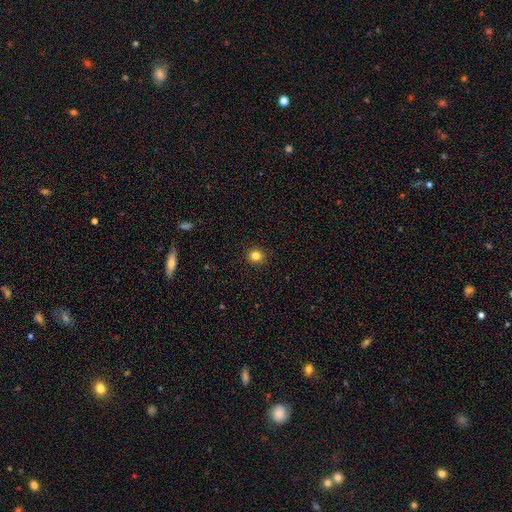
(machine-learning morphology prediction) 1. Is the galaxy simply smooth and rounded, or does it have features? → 83% smooth, 12% star or artifact, 5% featured or disk.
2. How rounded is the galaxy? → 90% round, 9% in between, 1% cigar-shaped.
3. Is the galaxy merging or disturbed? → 92% none, 5% minor disturbance, 2% major disturbance, 1% merger.